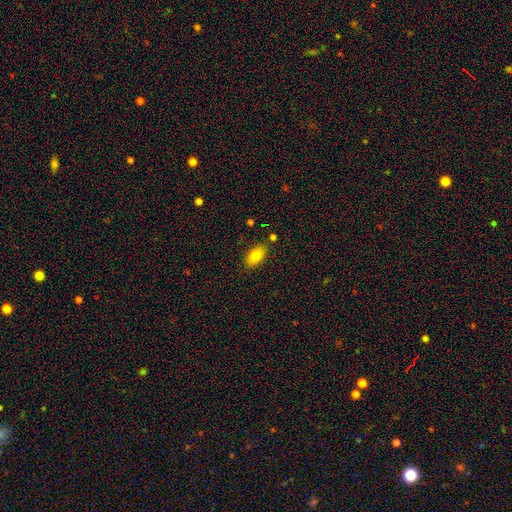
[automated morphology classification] smooth-or-featured: smooth: 82% | featured or disk: 10% | star or artifact: 8%
  how-rounded: in between: 91% | cigar-shaped: 5% | round: 4%
  merging: none: 84% | minor disturbance: 10% | merger: 3% | major disturbance: 2%